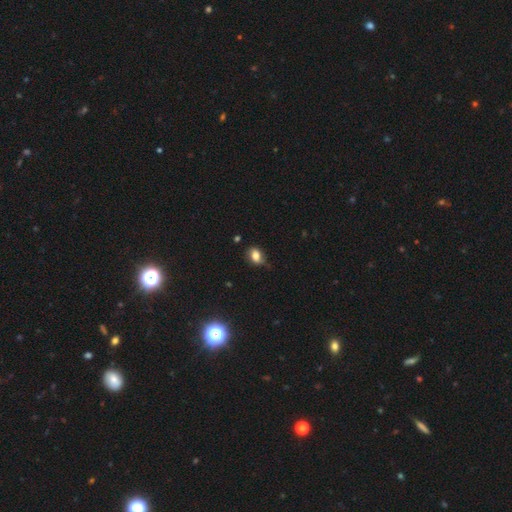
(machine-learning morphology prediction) Smooth or featured? Predicted: smooth (p=0.78). How rounded? Predicted: in between (p=0.70). Merging? Predicted: none (p=0.62).